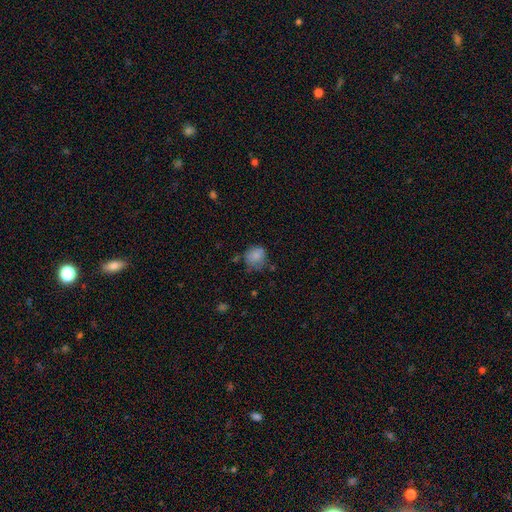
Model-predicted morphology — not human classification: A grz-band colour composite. It shows a smooth galaxy with no disk features (81%) that is round (75%). Merging: none (58%).